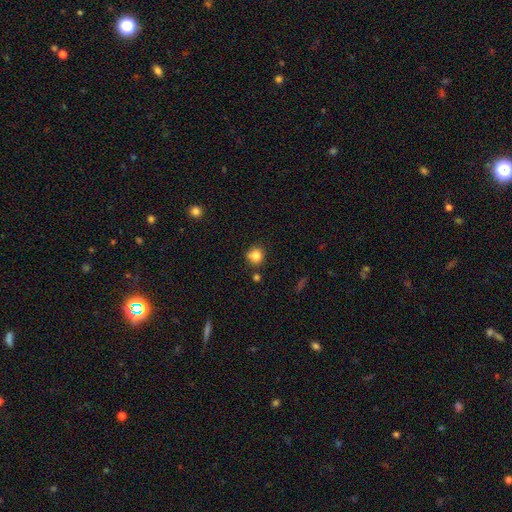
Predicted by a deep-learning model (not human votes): The model was most divided on "merging": none: 73%, minor disturbance: 16%, merger: 8%, major disturbance: 4%. More confident: how rounded — round (88%); smooth or featured — smooth (83%).